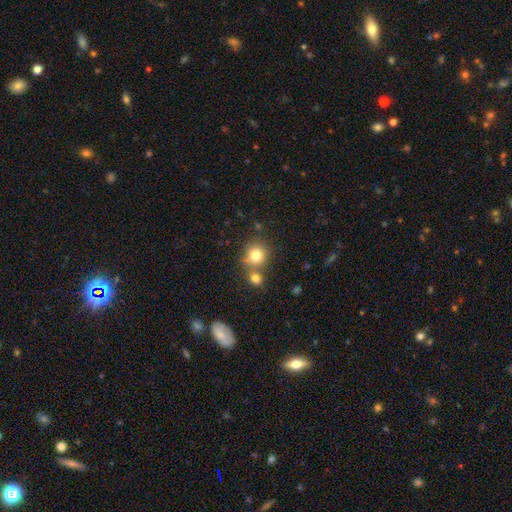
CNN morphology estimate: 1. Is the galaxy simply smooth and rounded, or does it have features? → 79% smooth, 11% star or artifact, 10% featured or disk.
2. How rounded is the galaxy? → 85% round, 14% in between, 1% cigar-shaped.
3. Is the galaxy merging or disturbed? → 57% none, 29% merger, 10% minor disturbance, 4% major disturbance.